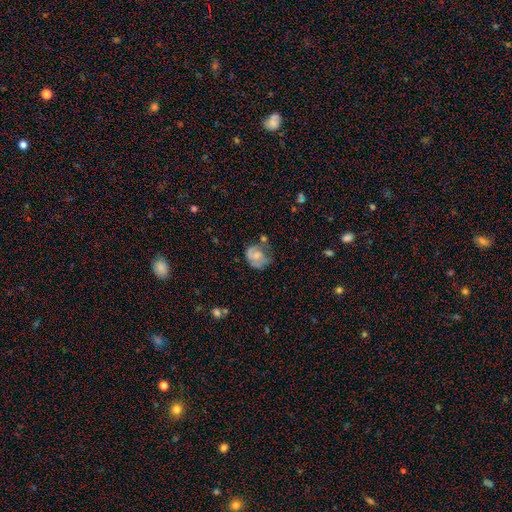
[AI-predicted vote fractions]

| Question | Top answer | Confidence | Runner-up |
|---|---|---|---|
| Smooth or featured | featured or disk | 46% | smooth (45%) |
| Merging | none | 38% | minor disturbance (30%) |